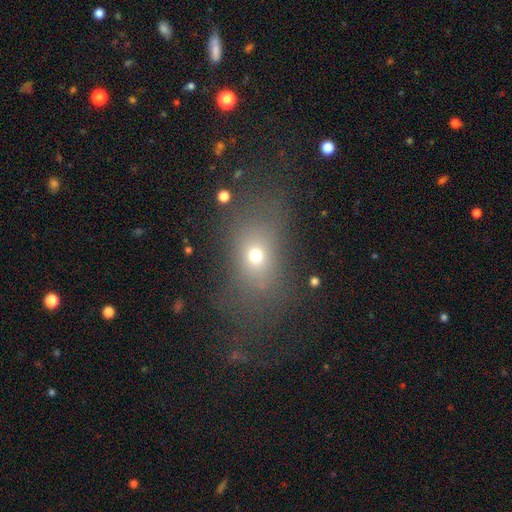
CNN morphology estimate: Q: Smooth or featured?
A: smooth (66%); runner-up: star or artifact (19%)
Q: How rounded?
A: in between (69%); runner-up: round (26%)
Q: Merging?
A: none (66%); runner-up: minor disturbance (15%)